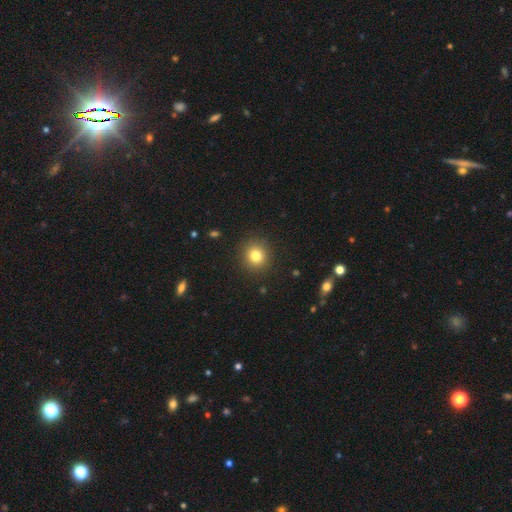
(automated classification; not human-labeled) Smooth or featured? smooth (81%)
How rounded? round (90%)
Merging? none (91%)